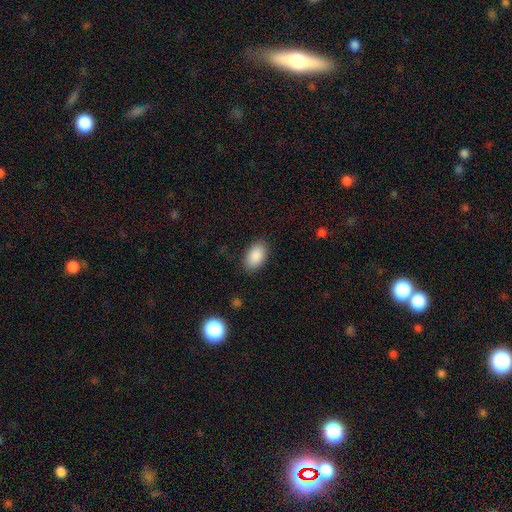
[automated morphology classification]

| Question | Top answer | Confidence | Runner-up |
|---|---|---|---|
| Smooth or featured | smooth | 89% | star or artifact (7%) |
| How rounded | in between | 93% | round (6%) |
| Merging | none | 86% | minor disturbance (10%) |